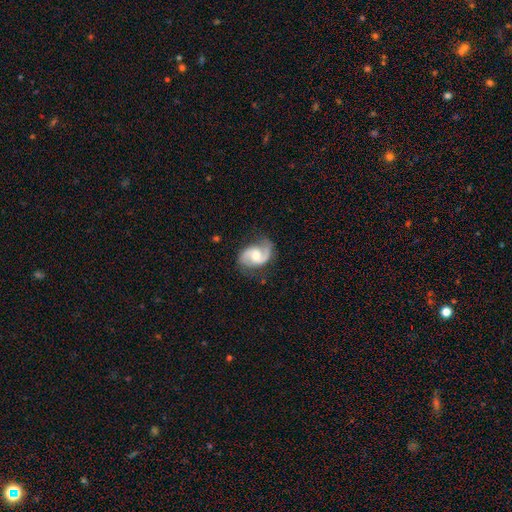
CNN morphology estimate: A featured or disk galaxy (88%) with no bar (50%), 2 (90%) medium (53%) spiral arms (97%) and a moderate central bulge (63%). Merging: none (74%).